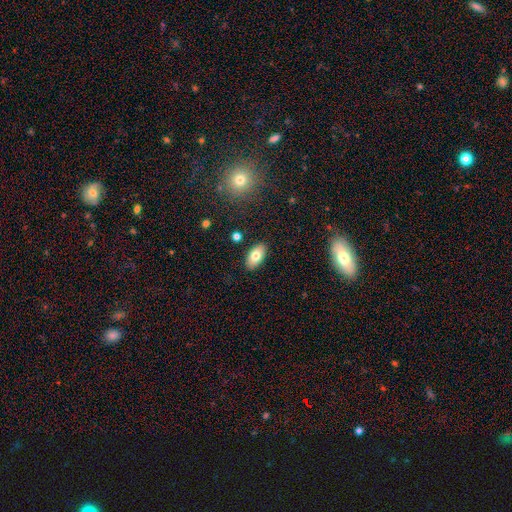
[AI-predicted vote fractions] Morphology: type=smooth (77%); roundness=in between (94%); merging=none (88%).